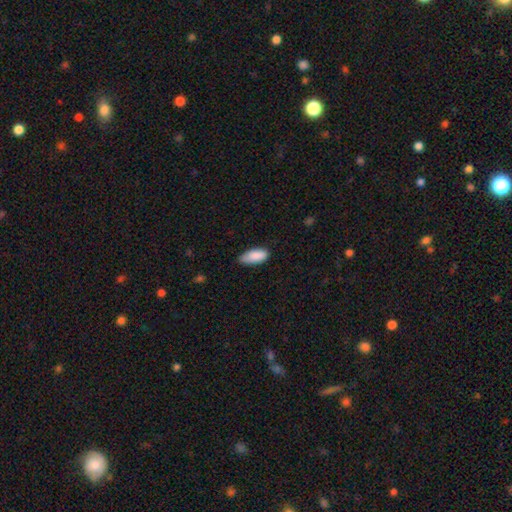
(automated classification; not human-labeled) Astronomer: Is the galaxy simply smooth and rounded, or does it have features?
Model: smooth — 88%.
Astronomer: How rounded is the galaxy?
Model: in between — 87%.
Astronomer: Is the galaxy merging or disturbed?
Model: none — 68%.